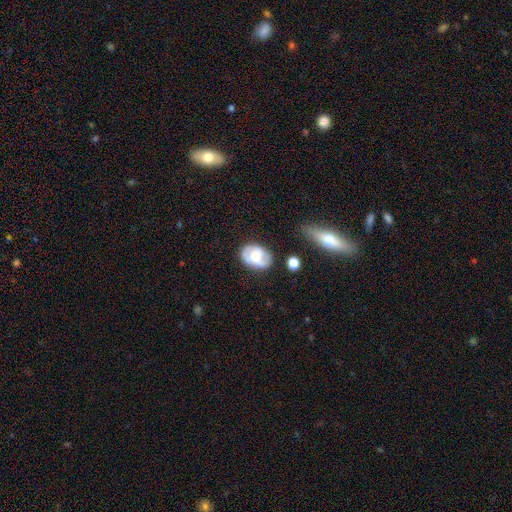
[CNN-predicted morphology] Smooth or featured? featured or disk (54%)
Edge-on disk? no (95%)
Bar? no (59%)
Spiral arms? yes (71%)
Bulge size? moderate (53%)
Merging? none (63%)